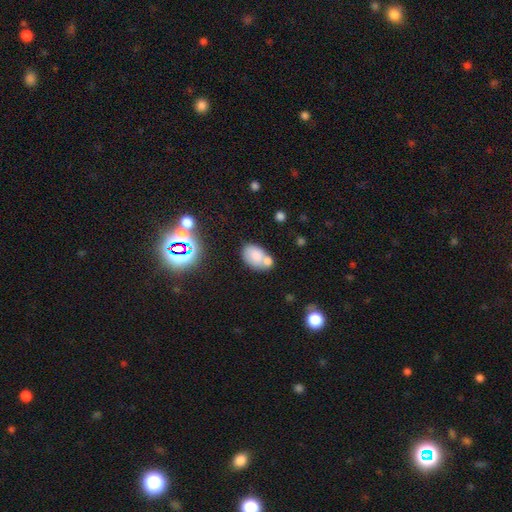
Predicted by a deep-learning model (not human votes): Smooth or featured? Predicted: smooth (p=0.74). How rounded? Predicted: in between (p=0.84). Merging? Predicted: none (p=0.41).